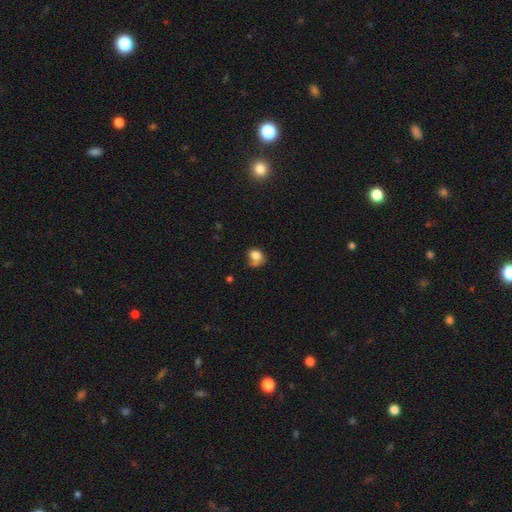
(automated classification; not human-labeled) A smooth galaxy with no disk features (77%) that is round (58%).

Vote fractions:
- Smooth or featured? smooth: 77% / featured or disk: 13% / star or artifact: 10%
- How rounded? round: 58% / in between: 41% / cigar-shaped: 1%
- Merging? none: 42% / minor disturbance: 29% / major disturbance: 18% / merger: 11%